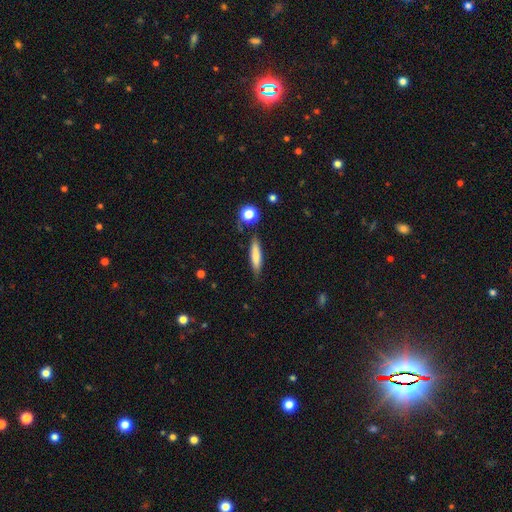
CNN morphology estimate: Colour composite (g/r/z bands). It shows a smooth galaxy with no disk features (77%) that is cigar-shaped (78%). Merging: none (80%).